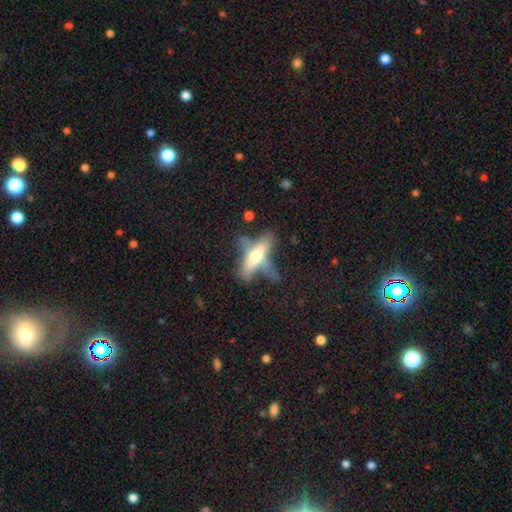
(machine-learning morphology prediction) Overall: featured or disk (50%; smooth 41%). Edge-on disk: yes (70%; no 30%). Merging: none (39%; major disturbance 26%).